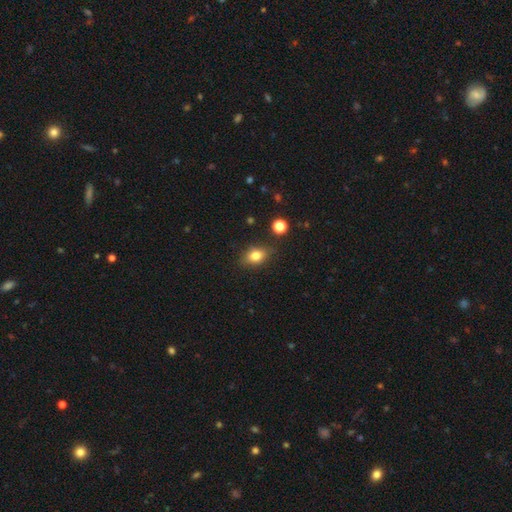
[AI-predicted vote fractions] This is likely a smooth galaxy (79%). How rounded: likely in between (70%). Merging: clearly none (80%).